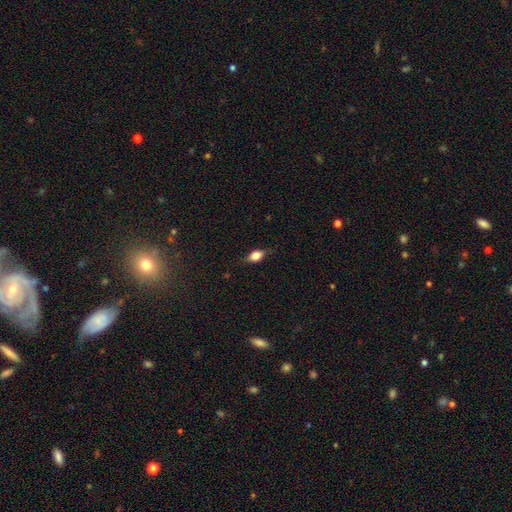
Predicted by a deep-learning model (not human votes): This is likely a smooth galaxy (75%). How rounded: likely in between (80%). Merging: likely none (77%).